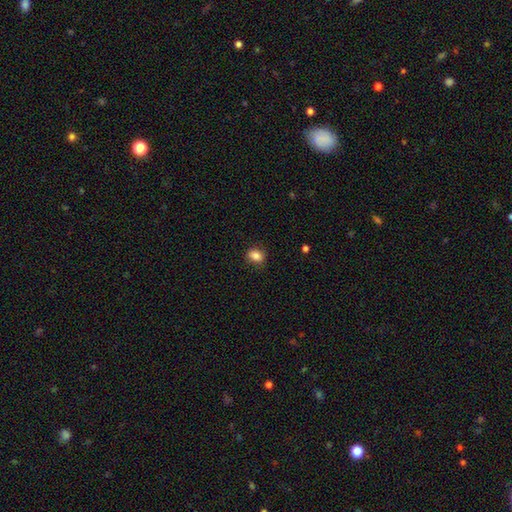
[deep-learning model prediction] This is clearly a smooth galaxy (84%). How rounded: possibly in between (59%). Merging: clearly none (85%).